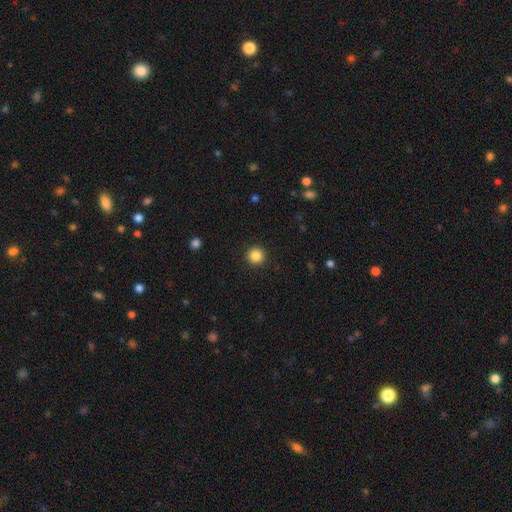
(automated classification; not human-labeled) Smooth or featured?
  - smooth: 85% *
  - star or artifact: 11%
  - featured or disk: 4%
How rounded?
  - round: 95% *
  - in between: 4%
  - cigar-shaped: 1%
Merging?
  - none: 92% *
  - minor disturbance: 5%
  - major disturbance: 2%
  - merger: 1%